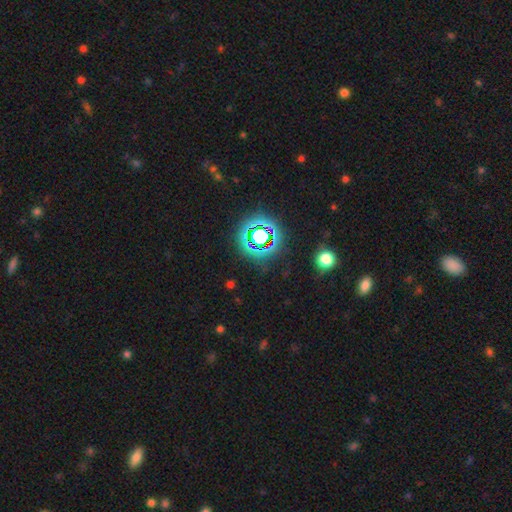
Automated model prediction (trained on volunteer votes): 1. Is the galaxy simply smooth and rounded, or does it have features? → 76% star or artifact, 17% smooth, 7% featured or disk.